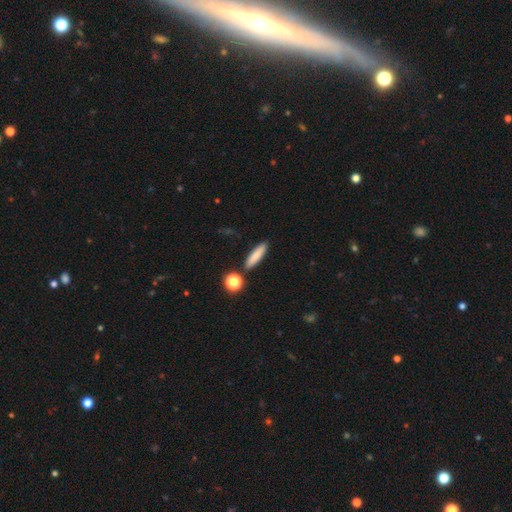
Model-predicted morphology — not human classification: A smooth galaxy with no disk features (81%) that is cigar-shaped (70%). Merging: none (85%).